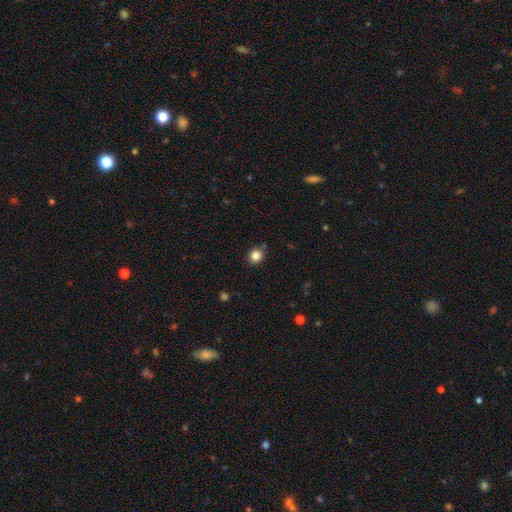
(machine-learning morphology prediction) This appears to be a smooth galaxy with no disk features (84%) that is round (85%). Merging: none (84%).